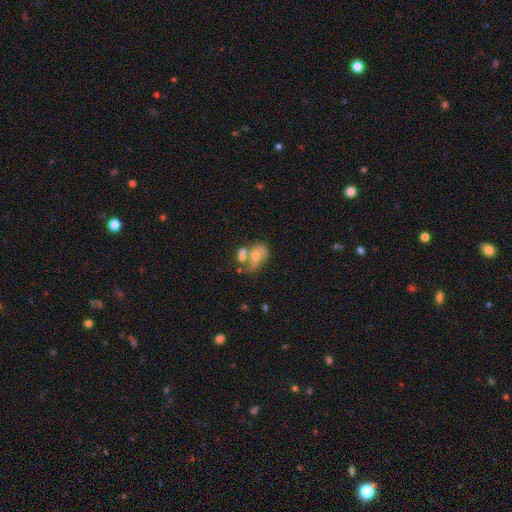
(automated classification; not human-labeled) smooth-or-featured: featured or disk: 50% | smooth: 40% | star or artifact: 10%
  disk-edge-on: no: 95% | yes: 5%
  merging: merger: 47% | none: 26% | minor disturbance: 14% | major disturbance: 12%